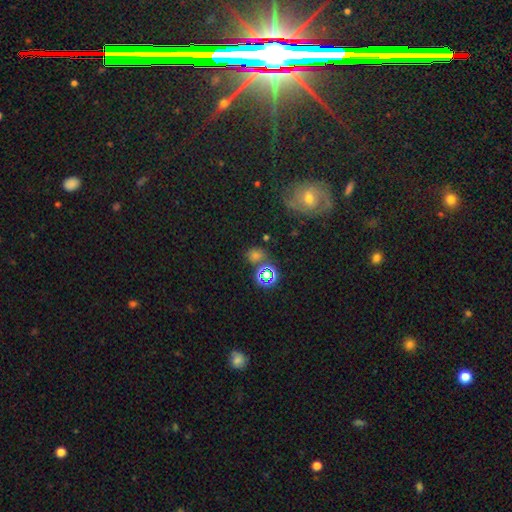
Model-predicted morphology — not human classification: Smooth or featured?
  - smooth: 52% *
  - star or artifact: 35%
  - featured or disk: 12%
How rounded?
  - round: 72% *
  - in between: 27%
  - cigar-shaped: 2%
Merging?
  - none: 74% *
  - minor disturbance: 12%
  - merger: 10%
  - major disturbance: 5%